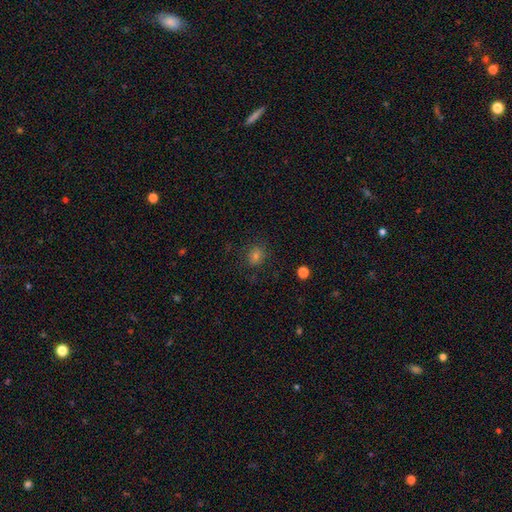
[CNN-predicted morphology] This appears to be a smooth galaxy with no disk features (66%) that is round (70%). Merging: none (79%).